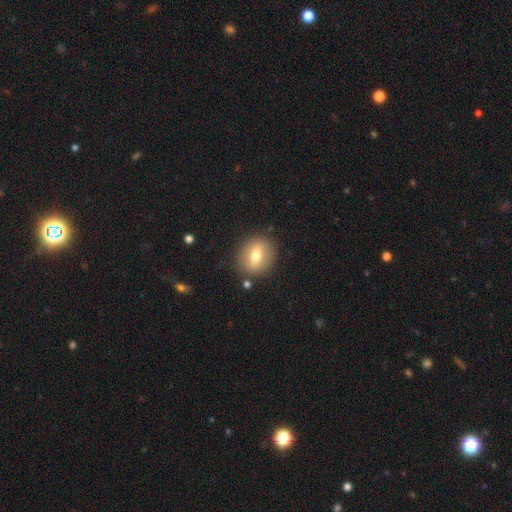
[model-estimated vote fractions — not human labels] smooth-or-featured: smooth: 56% | featured or disk: 35% | star or artifact: 8%
  how-rounded: round: 67% | in between: 30% | cigar-shaped: 2%
  merging: none: 86% | minor disturbance: 9% | major disturbance: 3% | merger: 2%